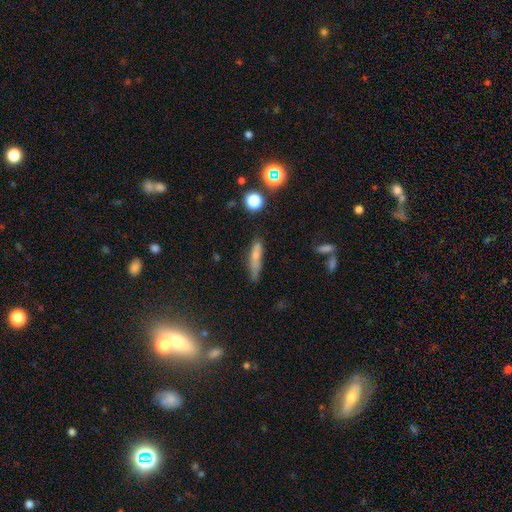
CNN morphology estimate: Overall: smooth (65%). How rounded: cigar-shaped (80%). Merging: none (66%).